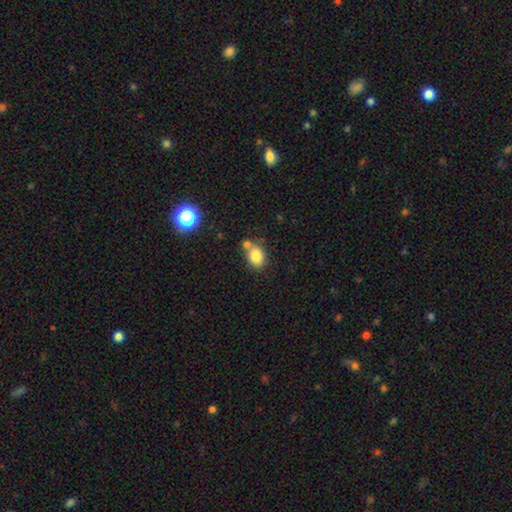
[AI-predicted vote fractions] Smooth or featured? smooth (82%)
How rounded? in between (61%)
Merging? none (56%)